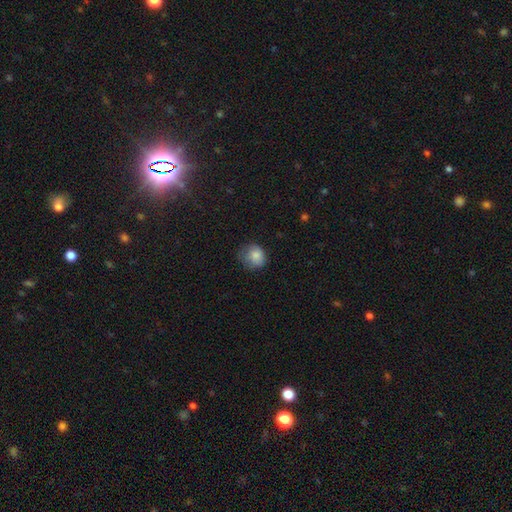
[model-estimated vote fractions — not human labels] Q: Smooth or featured?
A: smooth (82%); runner-up: featured or disk (9%)
Q: How rounded?
A: round (75%); runner-up: in between (25%)
Q: Merging?
A: none (57%); runner-up: minor disturbance (30%)